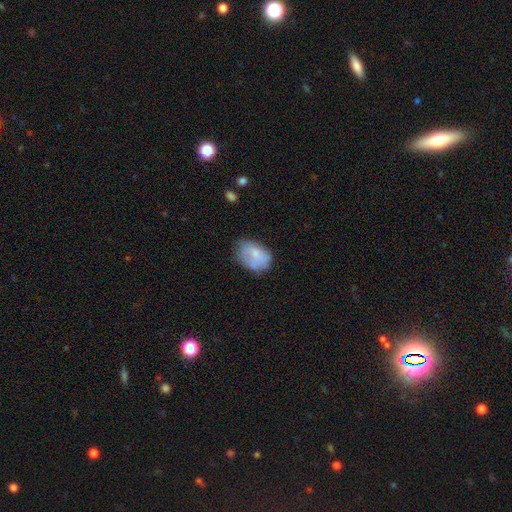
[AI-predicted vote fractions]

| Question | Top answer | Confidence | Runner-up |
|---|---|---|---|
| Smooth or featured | smooth | 68% | featured or disk (24%) |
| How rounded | in between | 77% | round (21%) |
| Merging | none | 53% | minor disturbance (32%) |